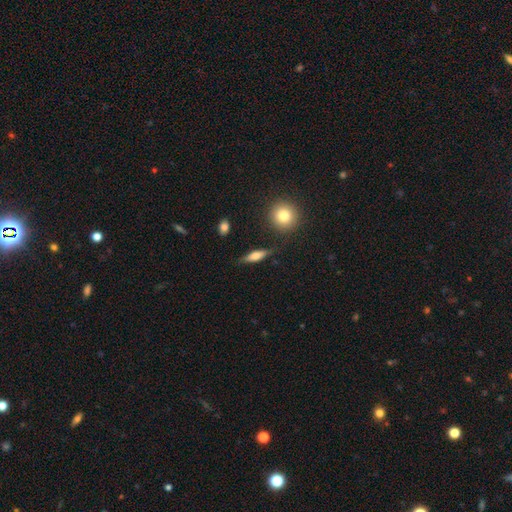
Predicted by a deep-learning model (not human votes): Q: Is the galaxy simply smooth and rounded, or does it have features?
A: smooth — 53%.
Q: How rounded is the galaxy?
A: cigar-shaped — 51%.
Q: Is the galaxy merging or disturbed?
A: none — 80%.